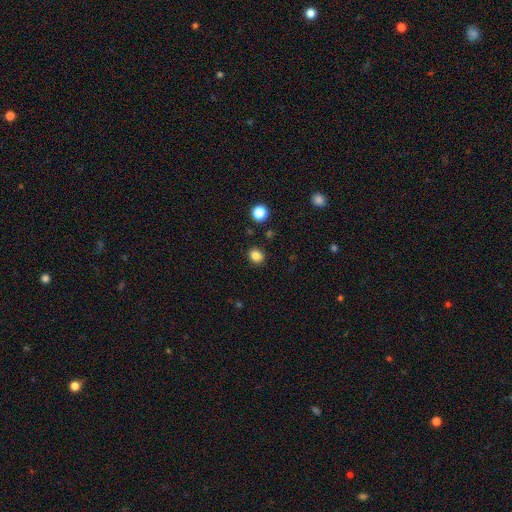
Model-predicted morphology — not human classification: This appears to be a smooth galaxy with no disk features (84%) that is round (68%). Merging: none (87%).